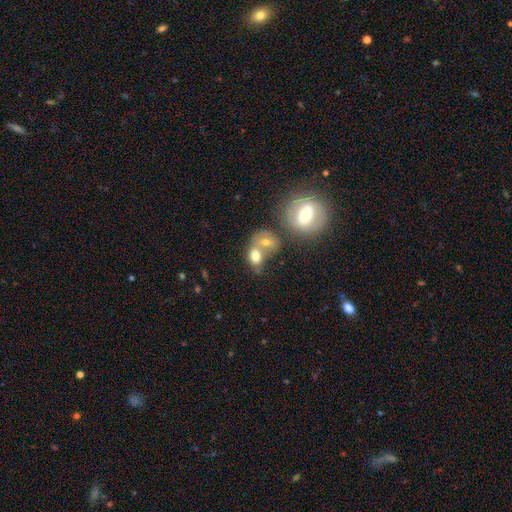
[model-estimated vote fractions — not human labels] Smooth or featured? smooth (71%)
How rounded? in between (55%)
Merging? merger (59%)